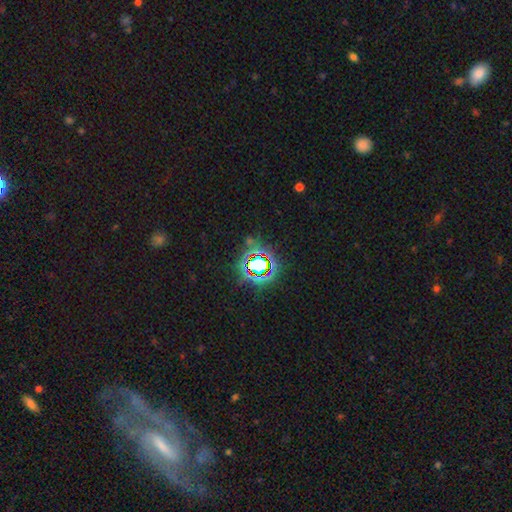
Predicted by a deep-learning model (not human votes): Morphology: type=star or artifact (77%).